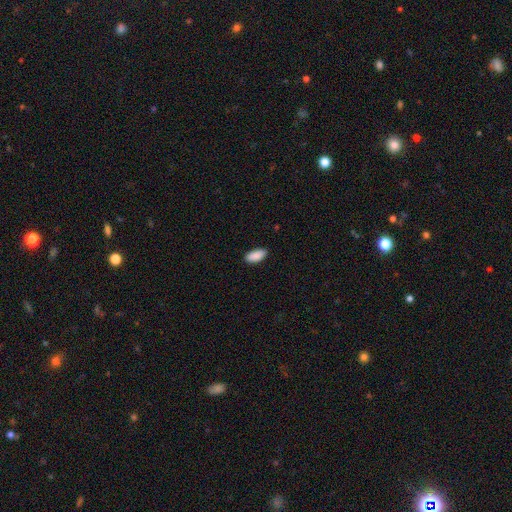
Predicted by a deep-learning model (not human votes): Smooth or featured?
  - smooth: 90% *
  - star or artifact: 6%
  - featured or disk: 3%
How rounded?
  - in between: 90% *
  - cigar-shaped: 8%
  - round: 2%
Merging?
  - none: 88% *
  - minor disturbance: 10%
  - major disturbance: 2%
  - merger: 1%